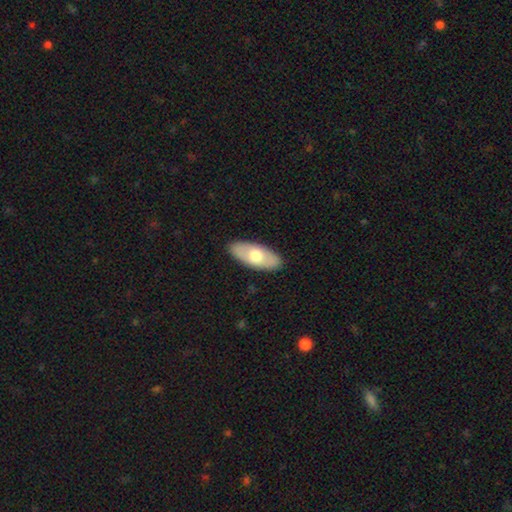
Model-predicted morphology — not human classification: smooth 61%, featured or disk 34%, star or artifact 5%. Down the decision tree: how rounded — in between (87%); merging — none (89%).